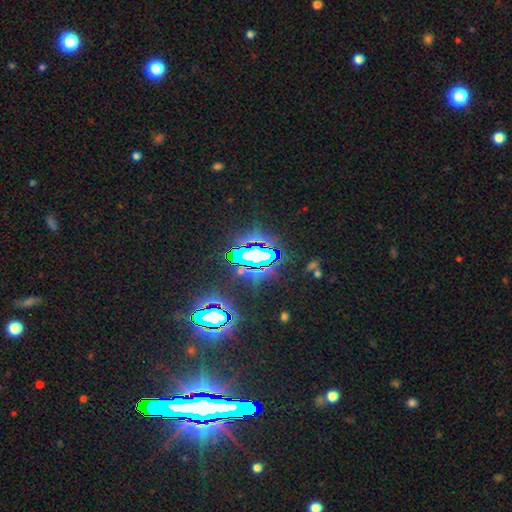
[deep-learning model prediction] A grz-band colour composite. It shows a star or artifact, not a galaxy (75%).